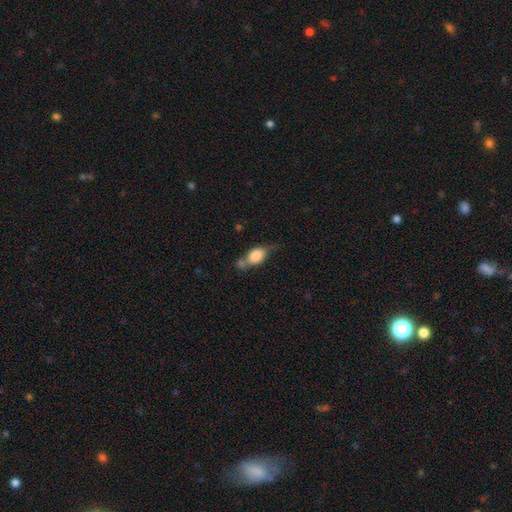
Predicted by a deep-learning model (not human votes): Smooth or featured?
  - smooth: 73% *
  - featured or disk: 19%
  - star or artifact: 8%
How rounded?
  - in between: 75% *
  - round: 19%
  - cigar-shaped: 6%
Merging?
  - none: 34% *
  - merger: 30%
  - minor disturbance: 24%
  - major disturbance: 12%